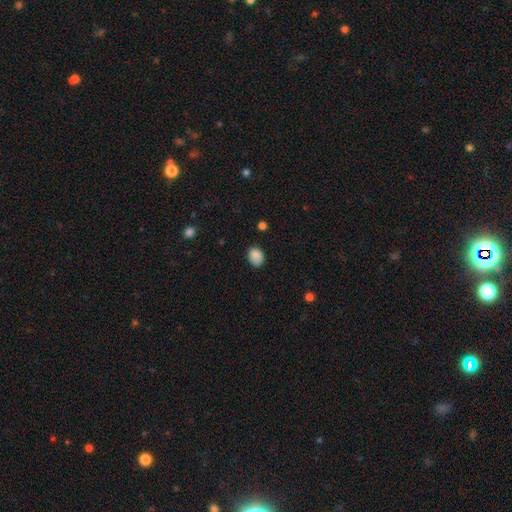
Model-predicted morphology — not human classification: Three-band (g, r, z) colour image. It shows a smooth galaxy with no disk features (86%) that is in between round and cigar-shaped (61%). Merging: none (75%).